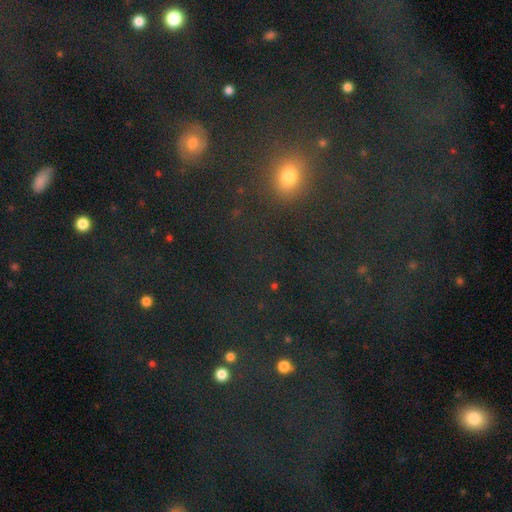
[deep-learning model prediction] star or artifact 49%, smooth 41%, featured or disk 10%.